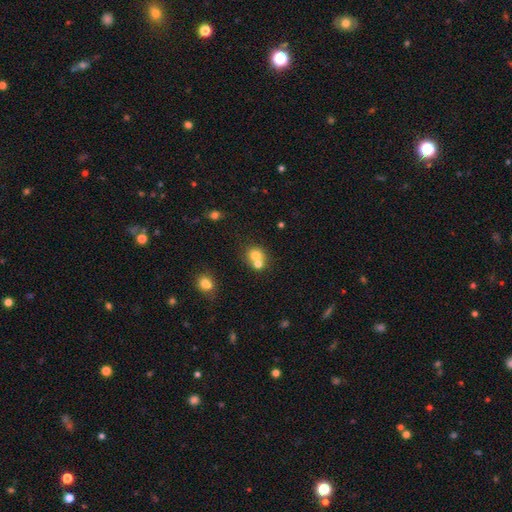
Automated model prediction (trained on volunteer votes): This appears to be a smooth galaxy with no disk features (72%) that is round (80%). Merging: merger (49%).